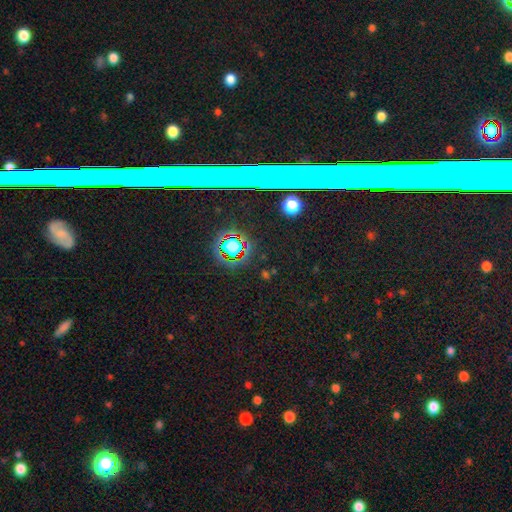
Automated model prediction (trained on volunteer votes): Smooth or featured?
  - star or artifact: 75% *
  - featured or disk: 13%
  - smooth: 11%